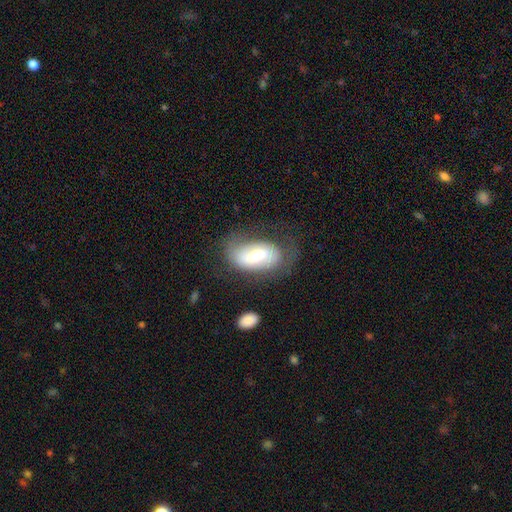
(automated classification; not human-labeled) Smooth or featured: featured or disk — 47% (smooth — 45%)
Merging: none — 55% (minor disturbance — 24%)